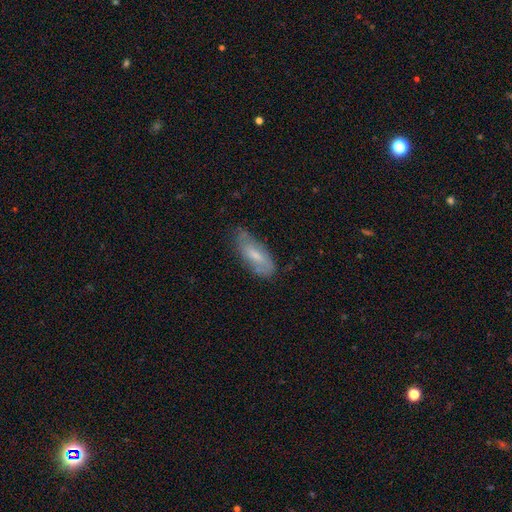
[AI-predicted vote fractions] A smooth galaxy with no disk features (56%) that is in between round and cigar-shaped (74%). Merging: none (68%).